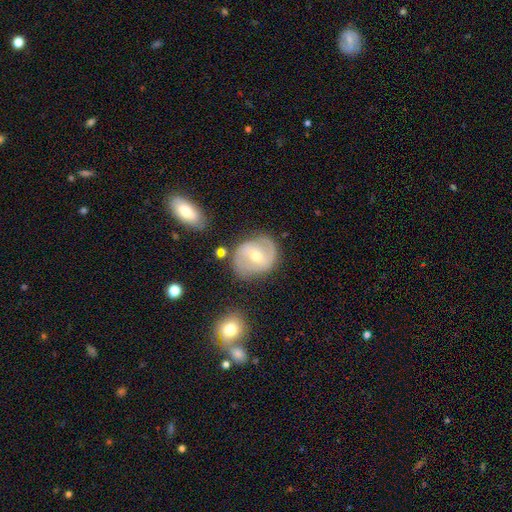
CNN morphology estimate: The model was most divided on "bar": weak: 48%, strong: 31%, no: 20%. Remaining: edge-on disk — no (97%); spiral arm count — 2 (84%); spiral arms — yes (83%); merging — none (73%); smooth or featured — featured or disk (72%); bulge size — moderate (58%); spiral winding — medium (49%).